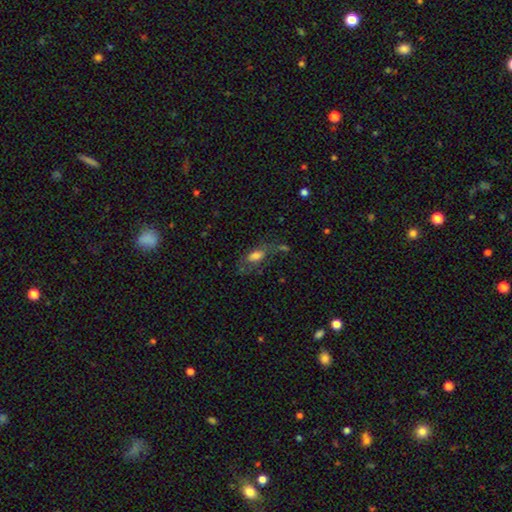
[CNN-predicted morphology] type=smooth (64%); roundness=in between (81%); merging=none (45%).